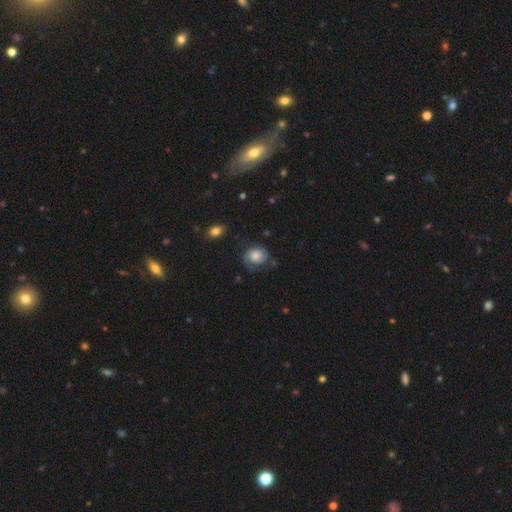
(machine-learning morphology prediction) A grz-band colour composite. It shows a featured or disk galaxy (60%) with no bar (76%), 2 (63%) tight (46%) spiral arms (91%) and a large central bulge (35%). Merging: none (62%).